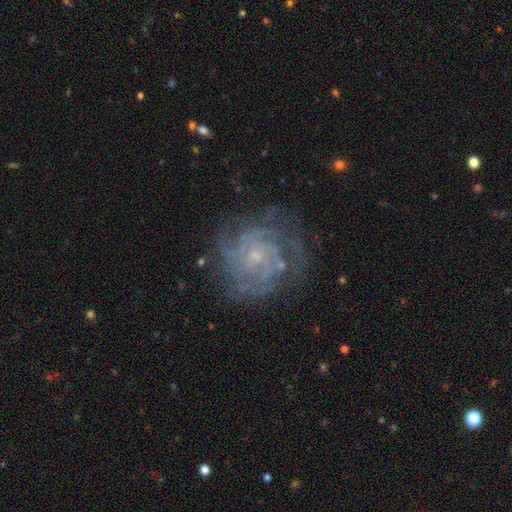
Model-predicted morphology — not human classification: Smooth or featured?
  - featured or disk: 82% *
  - smooth: 9%
  - star or artifact: 9%
Edge-on disk?
  - no: 98% *
  - yes: 2%
Bar?
  - no: 78% *
  - weak: 19%
  - strong: 4%
Spiral arms?
  - yes: 94% *
  - no: 6%
Spiral winding?
  - tight: 67% *
  - medium: 27%
  - loose: 6%
Spiral arm count?
  - can't tell: 33% *
  - 4: 21%
  - 3: 17%
  - 2: 12%
  - more than 4: 10%
  - 1: 7%
Bulge size?
  - small: 81% *
  - moderate: 11%
  - none: 6%
  - large: 1%
  - dominant: 1%
Merging?
  - none: 72% *
  - minor disturbance: 17%
  - major disturbance: 10%
  - merger: 2%